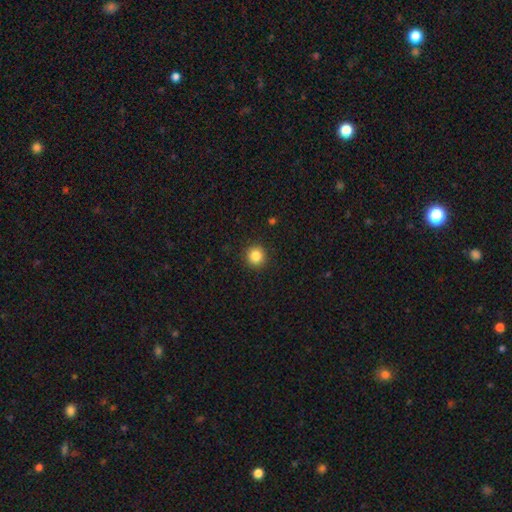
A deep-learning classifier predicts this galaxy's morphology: This appears to be a smooth galaxy with no disk features (85%) that is round (94%). Merging: none (92%).